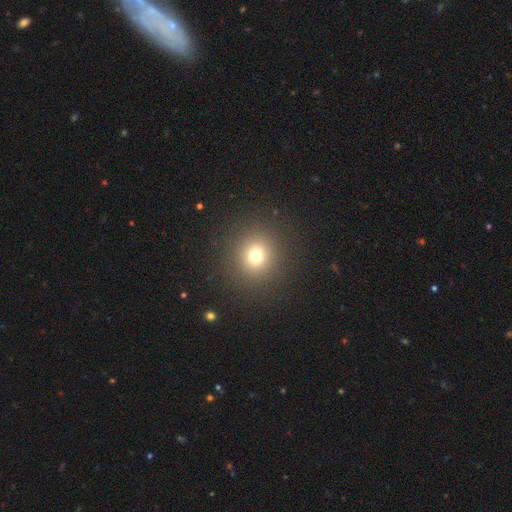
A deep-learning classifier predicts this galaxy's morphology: Q: Smooth or featured?
A: smooth (73%); runner-up: star or artifact (19%)
Q: How rounded?
A: round (92%); runner-up: in between (7%)
Q: Merging?
A: none (90%); runner-up: minor disturbance (5%)